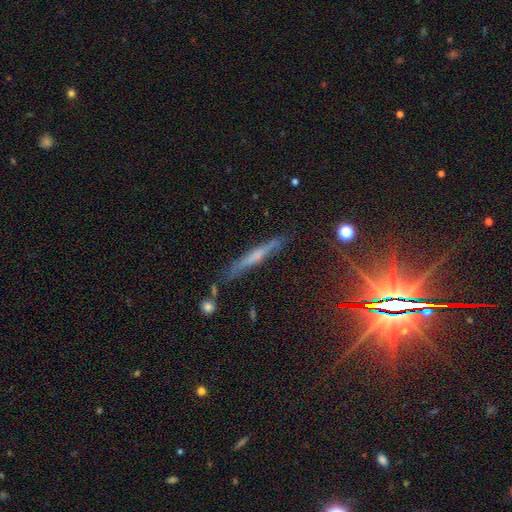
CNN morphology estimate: Q: Smooth or featured?
A: featured or disk (52%); runner-up: smooth (32%)
Q: Edge-on disk?
A: yes (93%); runner-up: no (7%)
Q: Merging?
A: none (78%); runner-up: minor disturbance (15%)